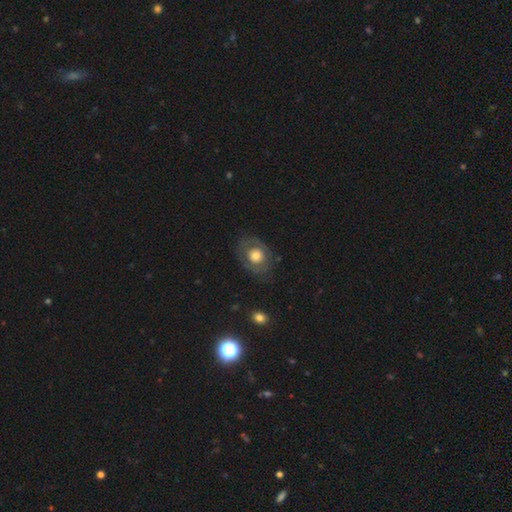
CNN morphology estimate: Smooth or featured?
  - smooth: 52% *
  - featured or disk: 41%
  - star or artifact: 7%
How rounded?
  - round: 56% *
  - in between: 43%
  - cigar-shaped: 1%
Merging?
  - none: 74% *
  - minor disturbance: 15%
  - major disturbance: 10%
  - merger: 1%